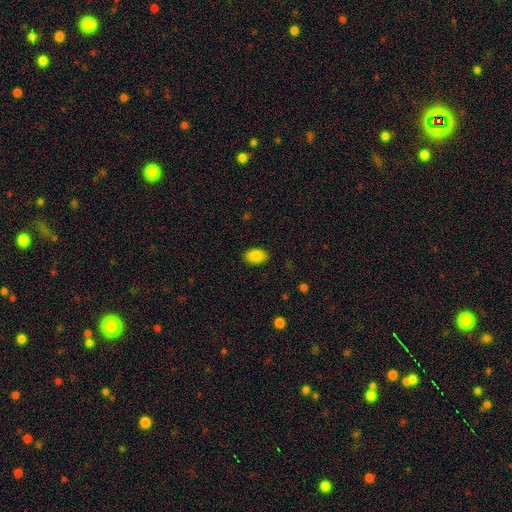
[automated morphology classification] smooth 88%, star or artifact 8%, featured or disk 4%. Down the decision tree: how rounded — in between (89%); merging — none (87%).